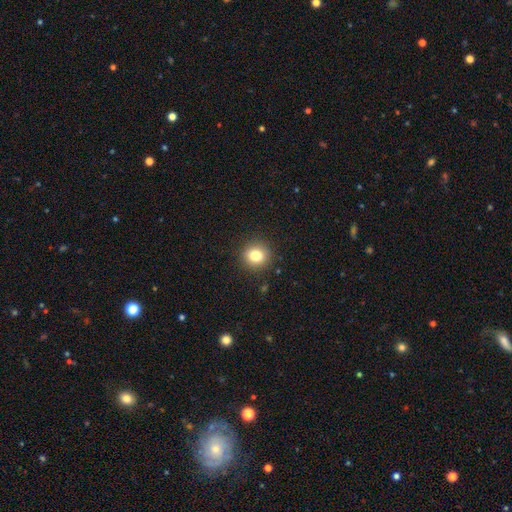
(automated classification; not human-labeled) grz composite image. It shows a smooth galaxy with no disk features (81%) that is round (90%). Merging: none (91%).